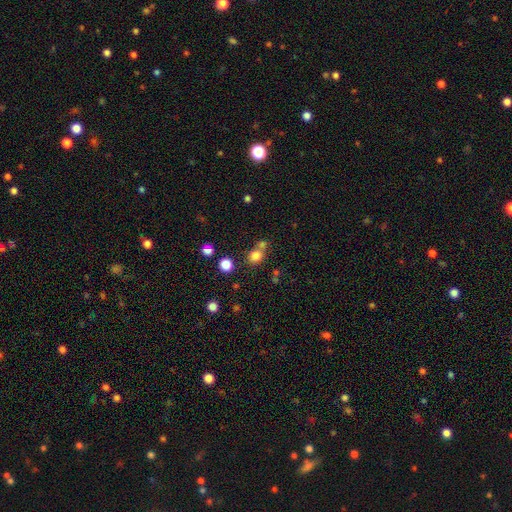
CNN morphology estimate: type=smooth (78%); roundness=round (73%); merging=none (56%).